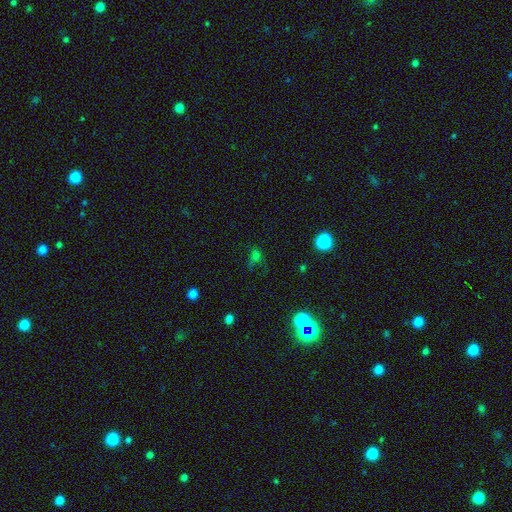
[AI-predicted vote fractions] A smooth galaxy with no disk features (52%) that is in between round and cigar-shaped (49%).

Vote fractions:
- Smooth or featured? smooth: 52% / star or artifact: 36% / featured or disk: 11%
- How rounded? in between: 49% / round: 47% / cigar-shaped: 4%
- Merging? none: 49% / major disturbance: 23% / minor disturbance: 22% / merger: 7%